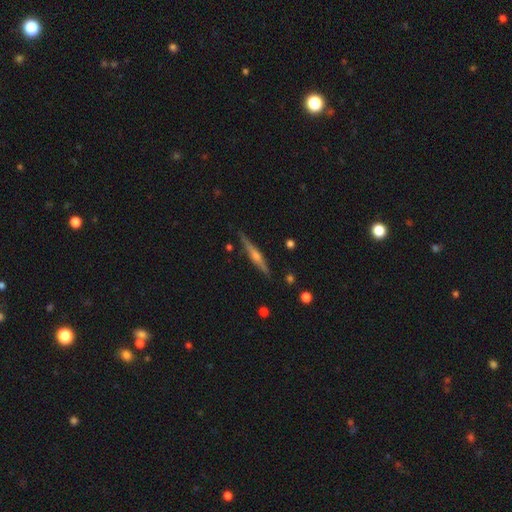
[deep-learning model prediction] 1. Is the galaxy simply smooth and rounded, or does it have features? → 77% featured or disk, 18% smooth, 6% star or artifact.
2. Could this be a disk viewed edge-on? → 98% yes, 2% no.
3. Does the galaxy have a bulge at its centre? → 86% rounded, 7% boxy, 7% none.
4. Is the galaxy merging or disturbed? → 89% none, 8% minor disturbance, 2% merger, 2% major disturbance.